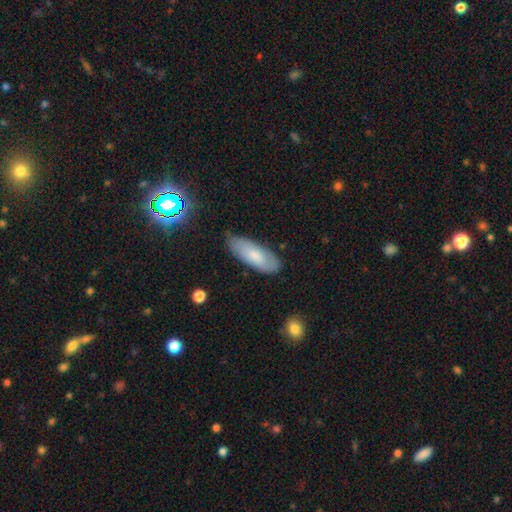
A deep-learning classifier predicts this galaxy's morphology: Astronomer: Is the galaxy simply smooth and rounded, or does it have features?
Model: smooth — 72%.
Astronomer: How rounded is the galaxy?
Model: in between — 71%.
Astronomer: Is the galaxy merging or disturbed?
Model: none — 79%.